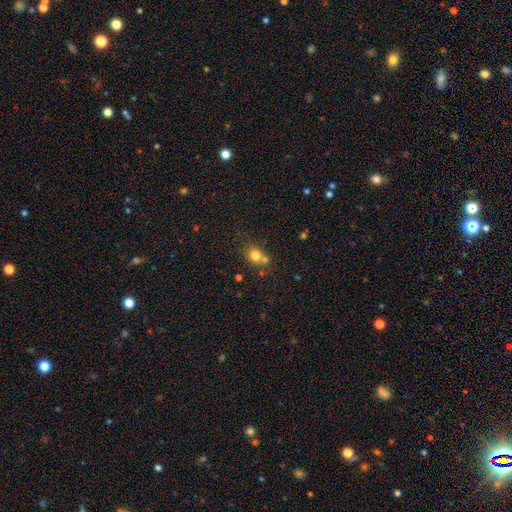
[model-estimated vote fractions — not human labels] Q: Smooth or featured?
A: smooth (77%); runner-up: star or artifact (13%)
Q: How rounded?
A: round (73%); runner-up: in between (26%)
Q: Merging?
A: none (54%); runner-up: merger (31%)